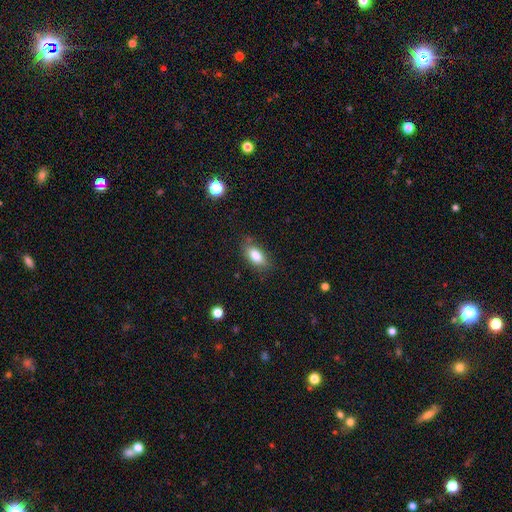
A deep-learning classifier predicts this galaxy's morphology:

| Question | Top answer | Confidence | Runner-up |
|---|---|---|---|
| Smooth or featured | smooth | 83% | featured or disk (9%) |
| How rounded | in between | 87% | cigar-shaped (8%) |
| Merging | none | 79% | minor disturbance (15%) |